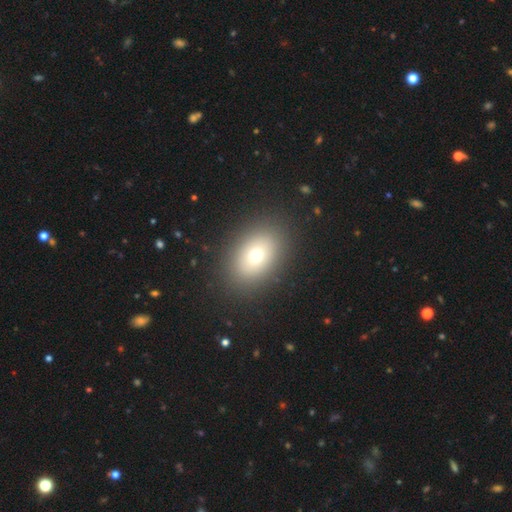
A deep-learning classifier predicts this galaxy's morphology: This is likely a smooth galaxy (70%). How rounded: likely in between (76%). Merging: clearly none (88%).